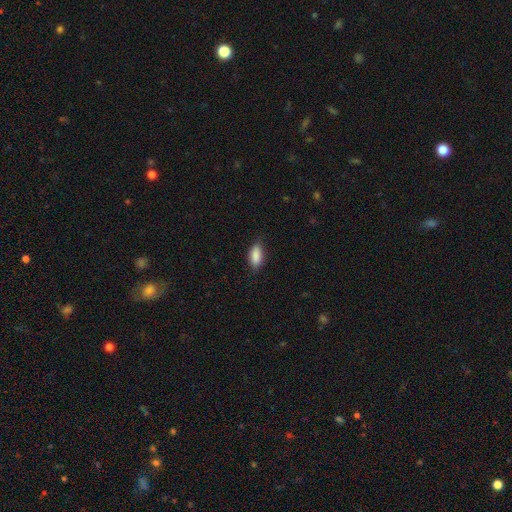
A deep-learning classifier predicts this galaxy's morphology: smooth_or_featured: smooth (p=0.88) [alt: star or artifact p=0.07]
how_rounded: in between (p=0.87) [alt: cigar-shaped p=0.10]
merging: none (p=0.79) [alt: minor disturbance p=0.17]